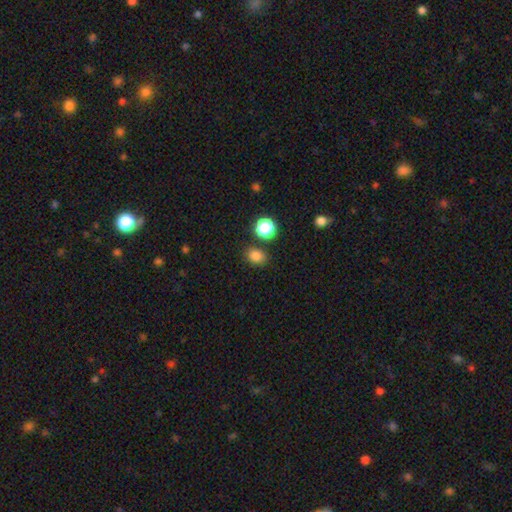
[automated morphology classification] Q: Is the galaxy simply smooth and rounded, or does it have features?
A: smooth — 82%.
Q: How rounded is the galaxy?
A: round — 51%.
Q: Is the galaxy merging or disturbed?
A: none — 80%.